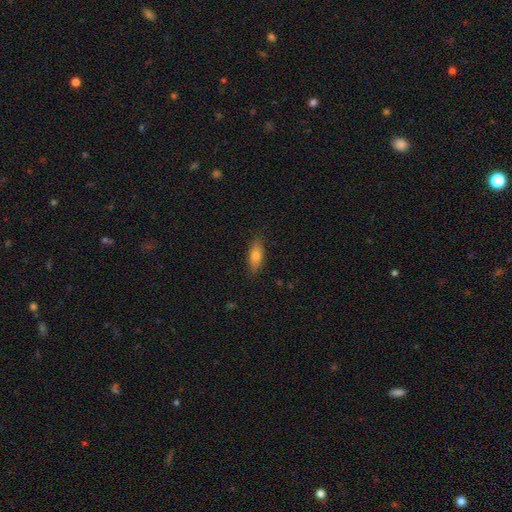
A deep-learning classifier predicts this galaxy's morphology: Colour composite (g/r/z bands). It shows a smooth galaxy with no disk features (80%) that is in between round and cigar-shaped (76%). Merging: none (83%).